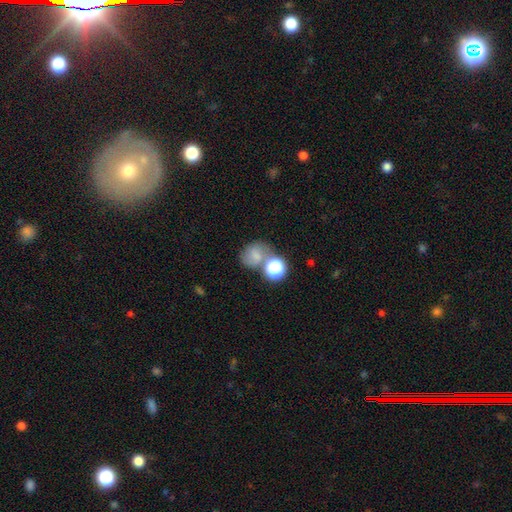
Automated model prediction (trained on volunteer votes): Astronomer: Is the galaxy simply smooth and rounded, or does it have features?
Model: smooth — 66%.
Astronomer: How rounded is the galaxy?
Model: round — 58% (runner-up: in between, 41%).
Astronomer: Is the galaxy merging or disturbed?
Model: none — 46% (runner-up: merger, 30%).